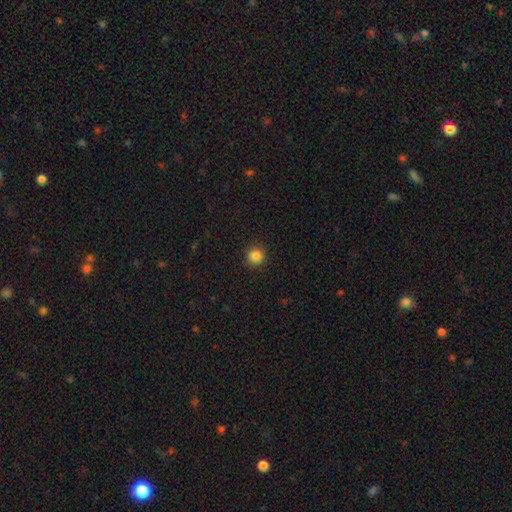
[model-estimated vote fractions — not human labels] Morphology: type=smooth (85%); roundness=round (92%); merging=none (91%).